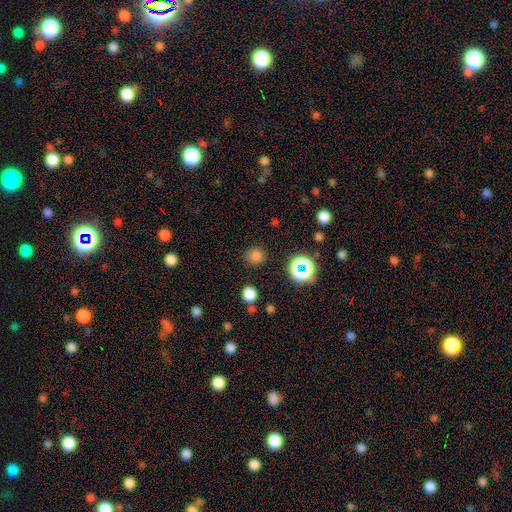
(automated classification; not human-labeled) A smooth galaxy with no disk features (75%) that is round (90%).

Vote fractions:
- Smooth or featured? smooth: 75% / star or artifact: 20% / featured or disk: 5%
- How rounded? round: 90% / in between: 9% / cigar-shaped: 1%
- Merging? none: 87% / minor disturbance: 8% / major disturbance: 3% / merger: 2%